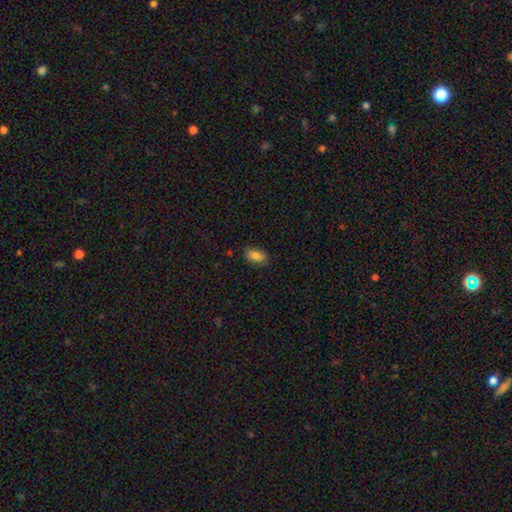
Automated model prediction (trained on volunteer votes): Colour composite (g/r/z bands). It shows a smooth galaxy with no disk features (87%) that is in between round and cigar-shaped (92%). Merging: none (84%).